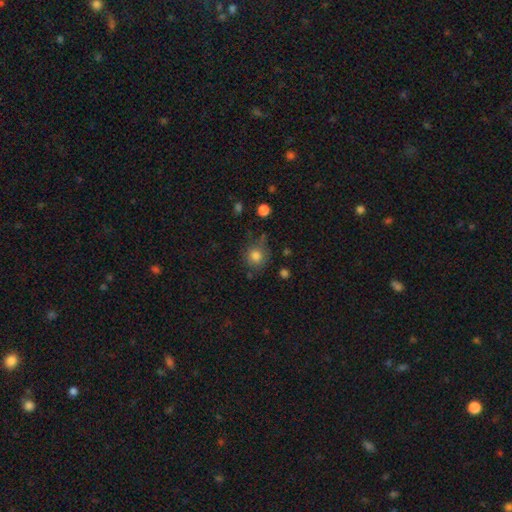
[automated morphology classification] Smooth or featured: smooth — 82% (star or artifact — 12%)
How rounded: round — 90% (in between — 9%)
Merging: none — 75% (minor disturbance — 16%)